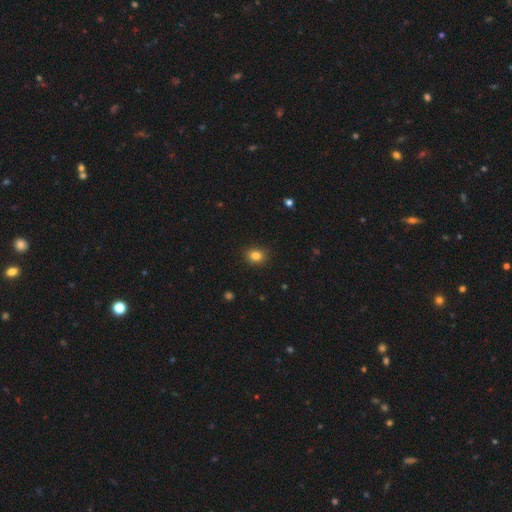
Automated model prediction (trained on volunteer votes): Q: Smooth or featured?
A: smooth (83%); runner-up: star or artifact (12%)
Q: How rounded?
A: round (67%); runner-up: in between (32%)
Q: Merging?
A: none (89%); runner-up: minor disturbance (8%)